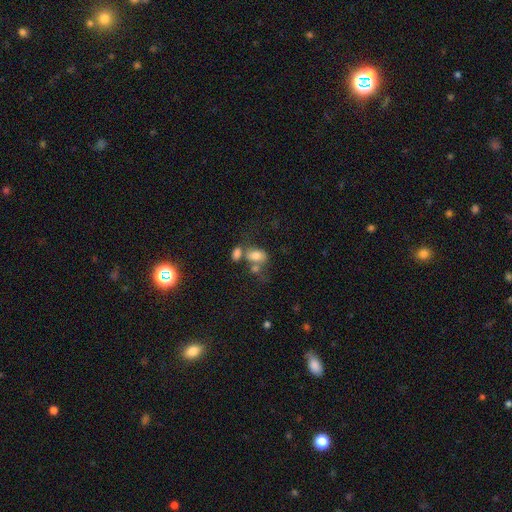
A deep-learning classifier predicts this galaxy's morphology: A smooth galaxy with no disk features (73%) that is in between round and cigar-shaped (83%).

Vote fractions:
- Smooth or featured? smooth: 73% / featured or disk: 15% / star or artifact: 11%
- How rounded? in between: 83% / round: 15% / cigar-shaped: 2%
- Merging? merger: 42% / none: 32% / minor disturbance: 15% / major disturbance: 11%